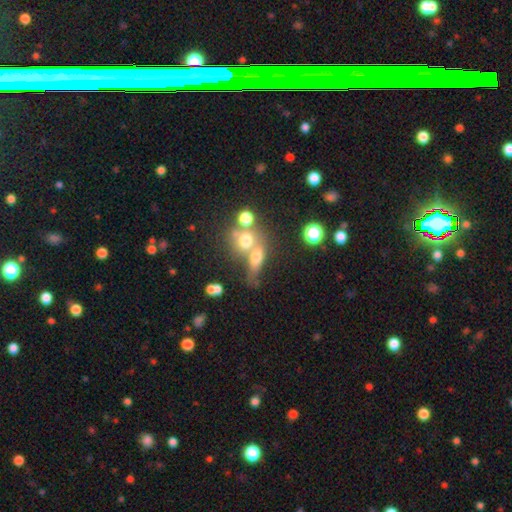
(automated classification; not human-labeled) Morphology: type=smooth (60%); roundness=round (51%); merging=merger (54%).